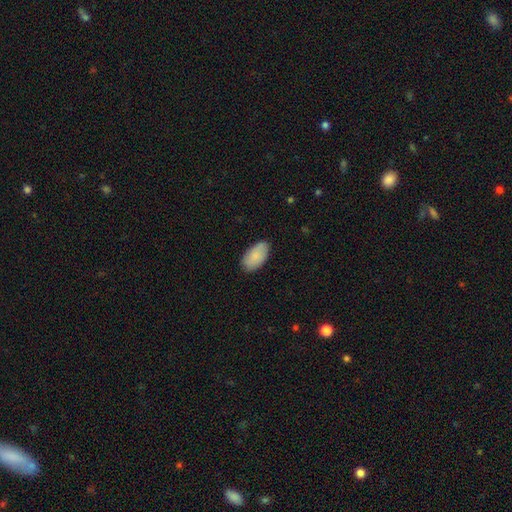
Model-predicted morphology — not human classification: The model was most divided on "merging": none: 84%, minor disturbance: 13%, major disturbance: 2%, merger: 1%. More confident: how rounded — in between (96%); smooth or featured — smooth (86%).